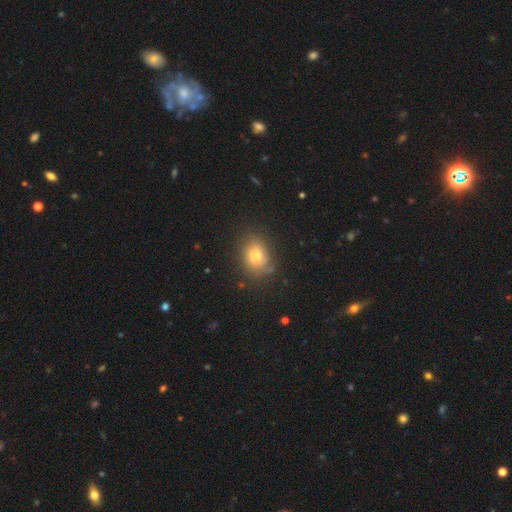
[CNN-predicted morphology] smooth_or_featured: smooth (p=0.73) [alt: featured or disk p=0.15]
how_rounded: in between (p=0.58) [alt: round p=0.41]
merging: none (p=0.72) [alt: minor disturbance p=0.20]